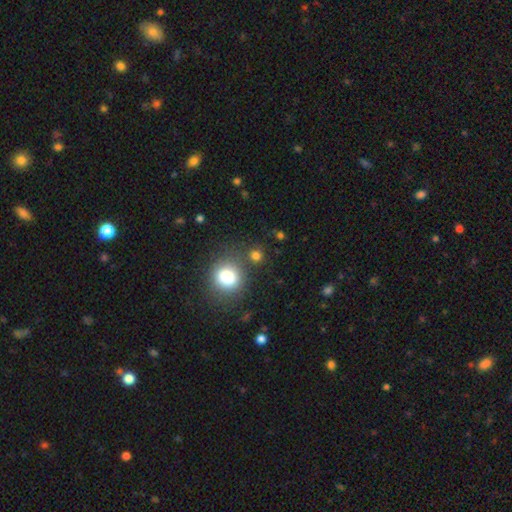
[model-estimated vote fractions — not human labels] Smooth or featured? Predicted: smooth (p=0.77). How rounded? Predicted: round (p=0.87). Merging? Predicted: none (p=0.74).